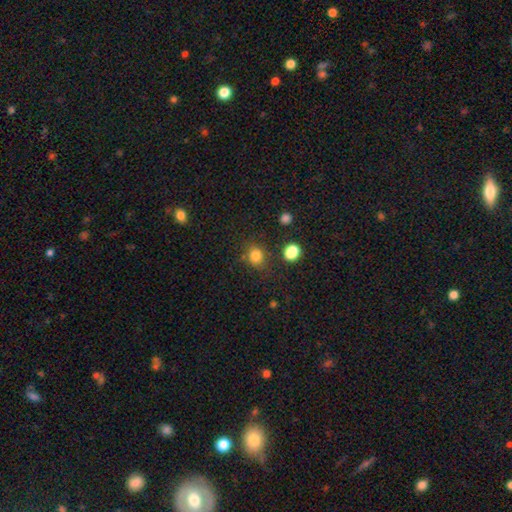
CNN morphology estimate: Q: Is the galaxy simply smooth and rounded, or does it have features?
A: smooth — 82%.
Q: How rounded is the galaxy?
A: round — 72%.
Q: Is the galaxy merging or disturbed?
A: none — 75%.